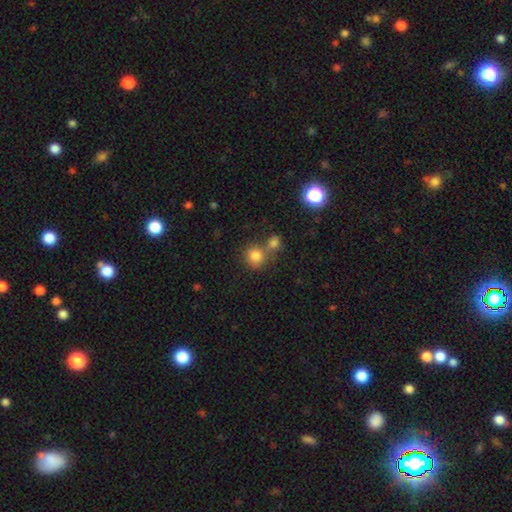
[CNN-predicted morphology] The model was most divided on "merging": none: 55%, merger: 32%, minor disturbance: 9%, major disturbance: 4%. More confident: how rounded — round (87%); smooth or featured — smooth (81%).